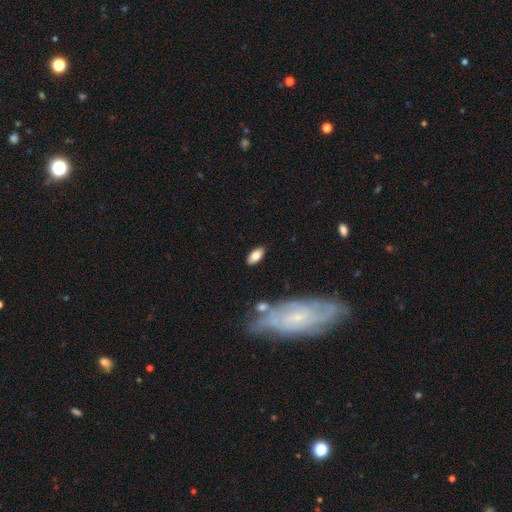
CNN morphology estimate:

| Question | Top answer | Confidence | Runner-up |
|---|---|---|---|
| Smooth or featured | smooth | 80% | featured or disk (13%) |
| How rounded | in between | 90% | cigar-shaped (7%) |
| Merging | none | 83% | minor disturbance (11%) |